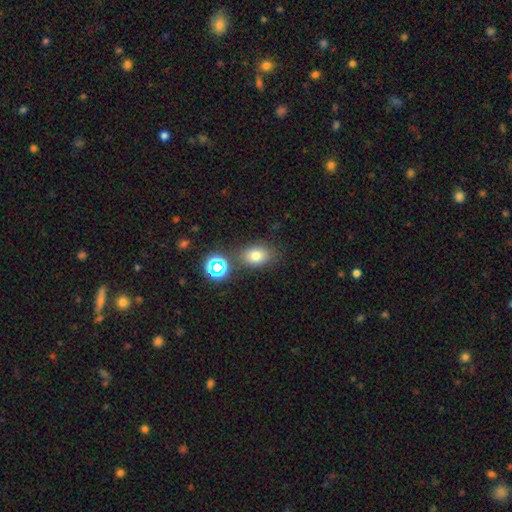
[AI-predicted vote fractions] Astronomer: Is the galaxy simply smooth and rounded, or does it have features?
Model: smooth — 73%.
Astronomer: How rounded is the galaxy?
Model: in between — 69%.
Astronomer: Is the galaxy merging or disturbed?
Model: none — 76%.